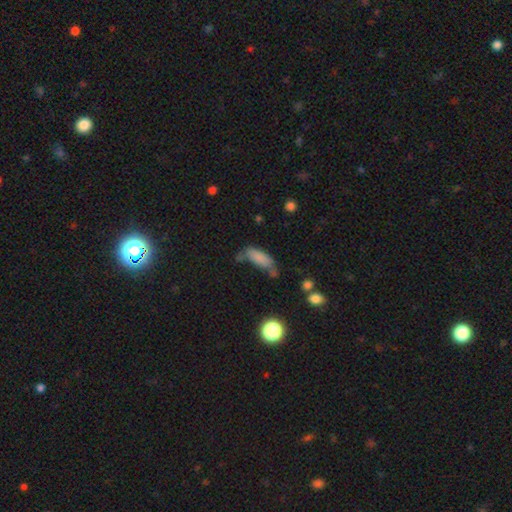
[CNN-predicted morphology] This is likely a smooth galaxy (77%). How rounded: likely in between (68%). Merging: possibly none (48%).